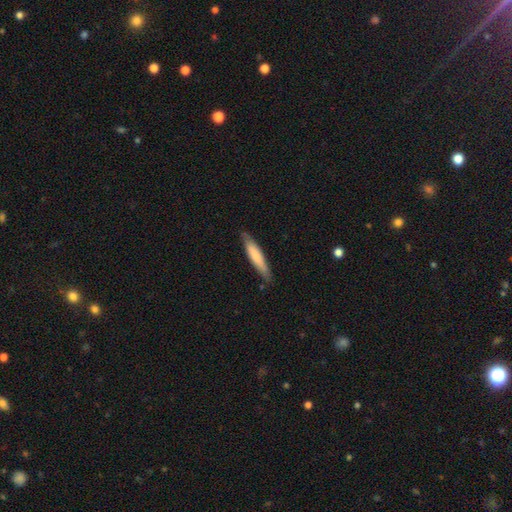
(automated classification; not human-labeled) This appears to be a smooth galaxy with no disk features (72%) that is cigar-shaped (85%). Merging: none (83%).